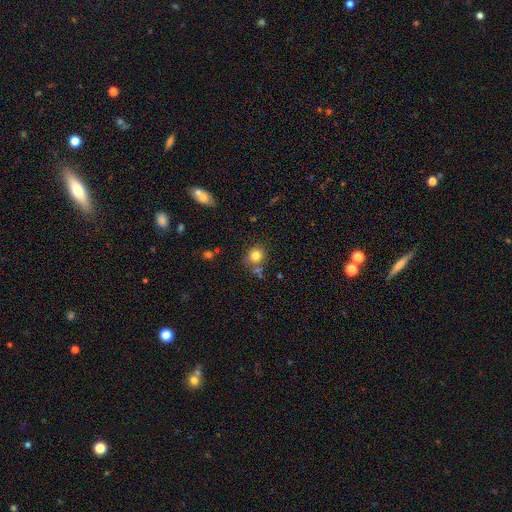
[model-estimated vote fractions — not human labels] The model was most divided on "how rounded": round: 78%, in between: 21%, cigar-shaped: 1%. More confident: smooth or featured — smooth (80%); merging — none (73%).